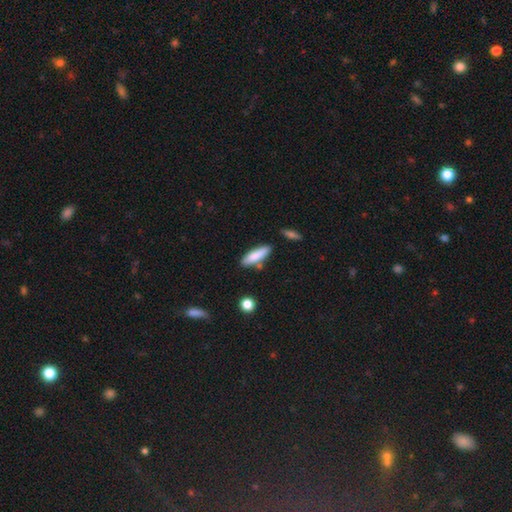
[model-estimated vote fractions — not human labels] smooth_or_featured: smooth (p=0.82) [alt: featured or disk p=0.12]
how_rounded: cigar-shaped (p=0.59) [alt: in between p=0.39]
merging: none (p=0.77) [alt: minor disturbance p=0.13]